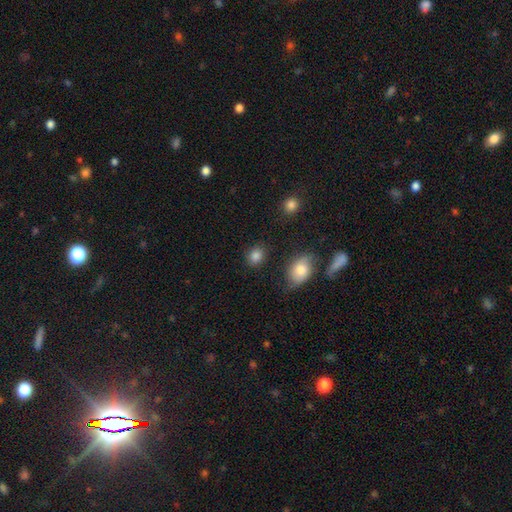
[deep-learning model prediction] Smooth or featured? Predicted: smooth (p=0.86). How rounded? Predicted: round (p=0.52). Merging? Predicted: none (p=0.82).